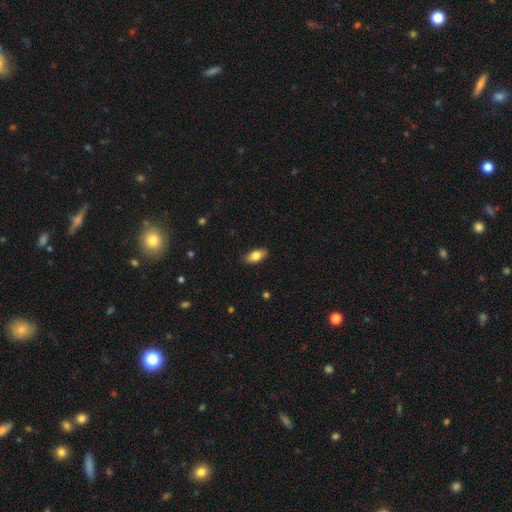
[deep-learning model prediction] Q: Smooth or featured?
A: smooth (80%); runner-up: featured or disk (13%)
Q: How rounded?
A: in between (89%); runner-up: cigar-shaped (7%)
Q: Merging?
A: none (87%); runner-up: minor disturbance (10%)